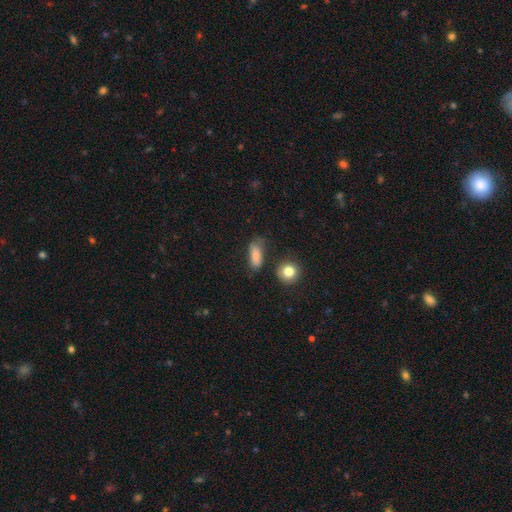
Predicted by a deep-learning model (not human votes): Smooth or featured?
  - smooth: 79% *
  - featured or disk: 11%
  - star or artifact: 9%
How rounded?
  - in between: 74% *
  - cigar-shaped: 18%
  - round: 8%
Merging?
  - none: 59% *
  - minor disturbance: 25%
  - major disturbance: 10%
  - merger: 6%